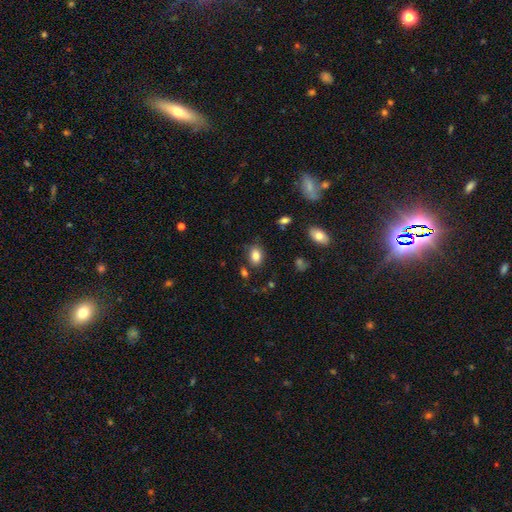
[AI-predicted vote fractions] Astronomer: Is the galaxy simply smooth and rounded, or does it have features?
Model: smooth — 84%.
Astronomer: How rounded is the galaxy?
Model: in between — 81%.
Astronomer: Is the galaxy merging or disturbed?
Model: none — 74%.